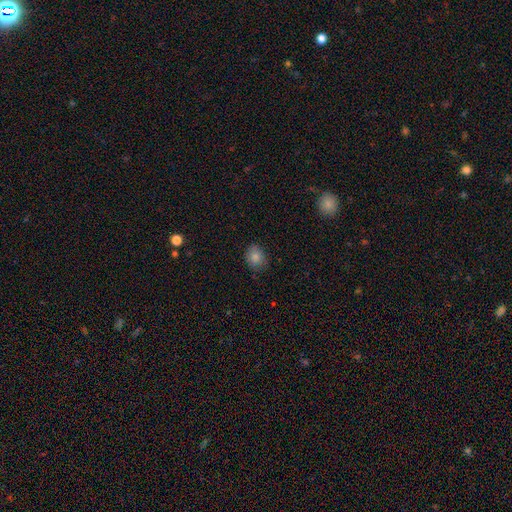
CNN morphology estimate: Smooth or featured? smooth (81%)
How rounded? round (54%)
Merging? none (82%)